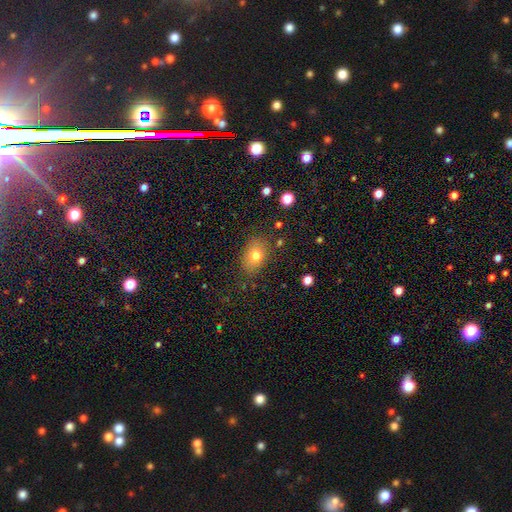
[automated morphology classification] smooth 75%, featured or disk 13%, star or artifact 11%. Down the decision tree: how rounded — in between (75%); merging — none (80%).